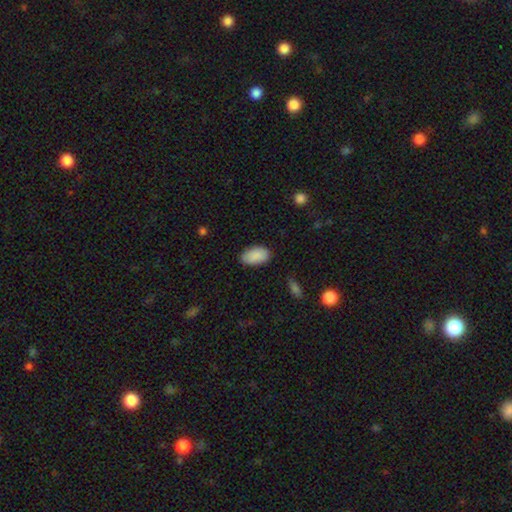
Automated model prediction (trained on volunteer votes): This is clearly a smooth galaxy (90%). How rounded: clearly in between (95%). Merging: clearly none (85%).